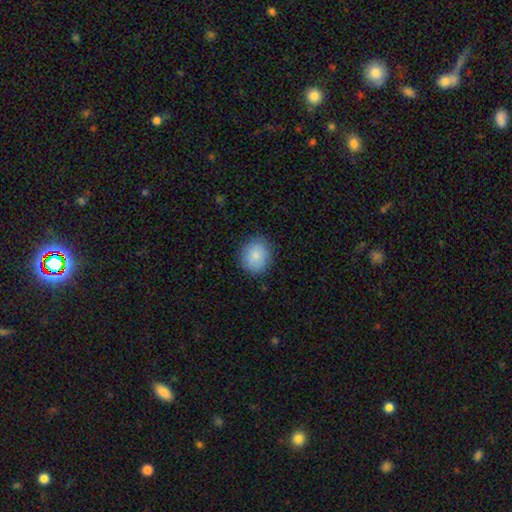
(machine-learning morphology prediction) Smooth or featured?
  - smooth: 84% *
  - featured or disk: 8%
  - star or artifact: 7%
How rounded?
  - round: 77% *
  - in between: 22%
  - cigar-shaped: 1%
Merging?
  - none: 85% *
  - minor disturbance: 11%
  - major disturbance: 3%
  - merger: 1%